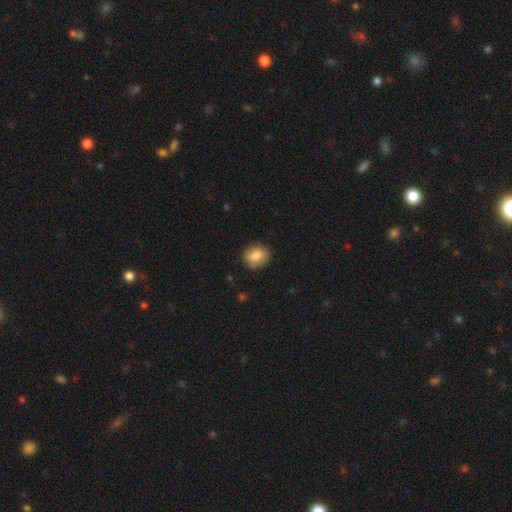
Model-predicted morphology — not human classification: Q: Smooth or featured?
A: smooth (83%); runner-up: featured or disk (10%)
Q: How rounded?
A: round (58%); runner-up: in between (41%)
Q: Merging?
A: none (85%); runner-up: minor disturbance (11%)